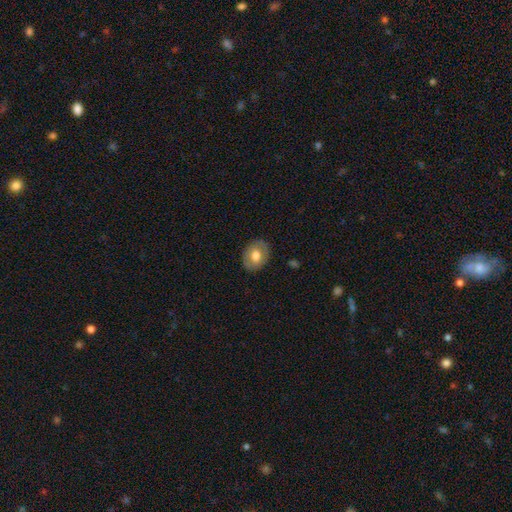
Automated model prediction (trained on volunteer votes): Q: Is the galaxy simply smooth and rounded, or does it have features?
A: smooth — 62%.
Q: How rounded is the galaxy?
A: in between — 63%.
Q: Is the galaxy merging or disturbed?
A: none — 84%.